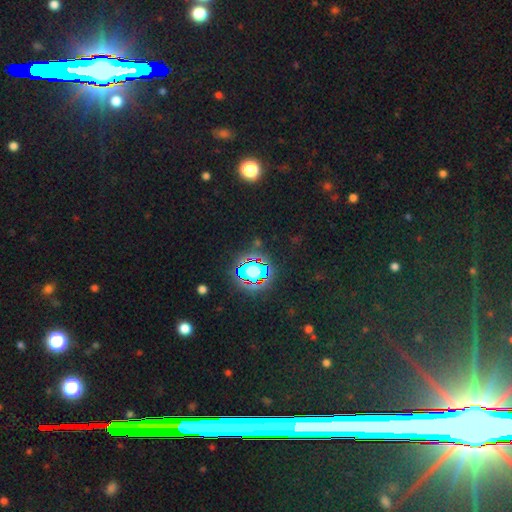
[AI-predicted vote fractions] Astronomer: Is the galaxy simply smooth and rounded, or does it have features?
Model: star or artifact — 78%.